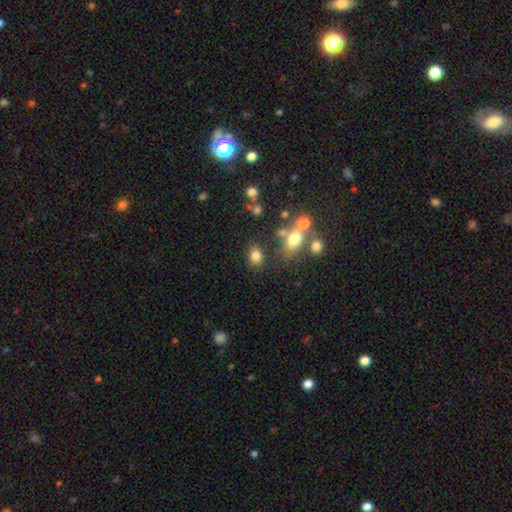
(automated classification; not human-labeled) smooth 79%, star or artifact 13%, featured or disk 8%. Down the decision tree: how rounded — in between (68%); merging — none (71%).